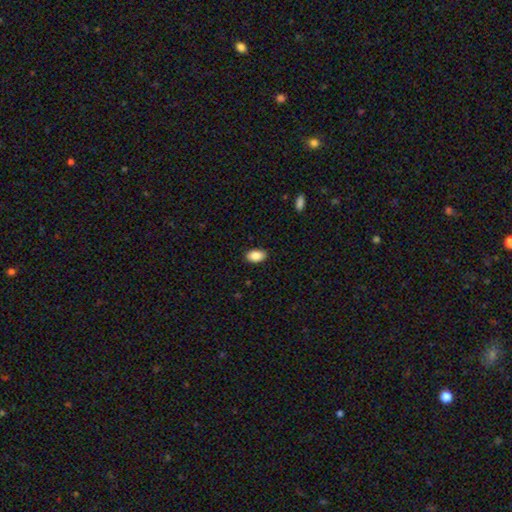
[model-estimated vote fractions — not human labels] This is clearly a smooth galaxy (89%). How rounded: clearly in between (91%). Merging: clearly none (88%).